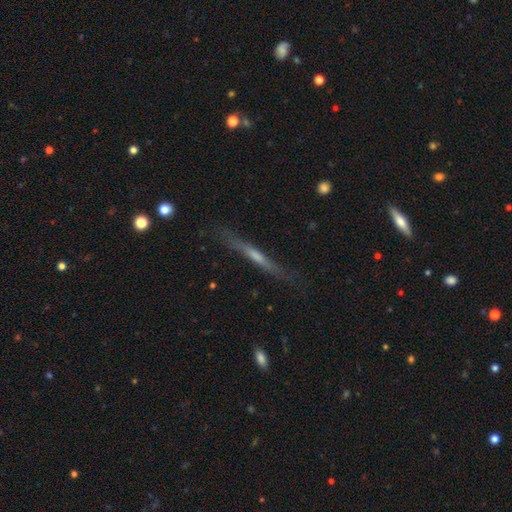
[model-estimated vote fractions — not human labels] Overall: featured or disk (57%; smooth 35%). Edge-on disk: yes (94%). Edge-on bulge: none (54%; rounded 34%). Merging: none (79%).